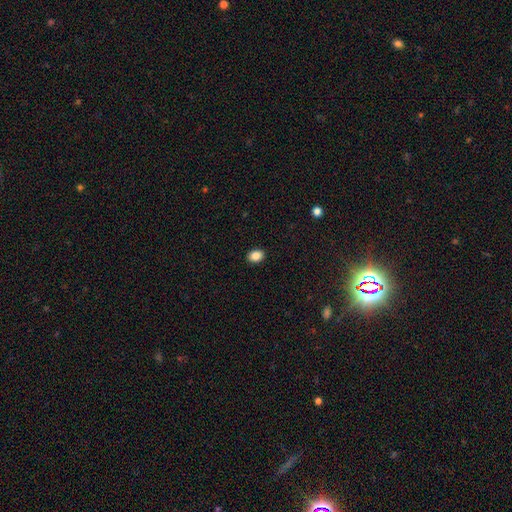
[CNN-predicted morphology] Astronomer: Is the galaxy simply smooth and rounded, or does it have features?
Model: smooth — 87%.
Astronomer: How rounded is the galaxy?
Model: in between — 63%.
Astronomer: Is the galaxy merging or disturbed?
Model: none — 91%.